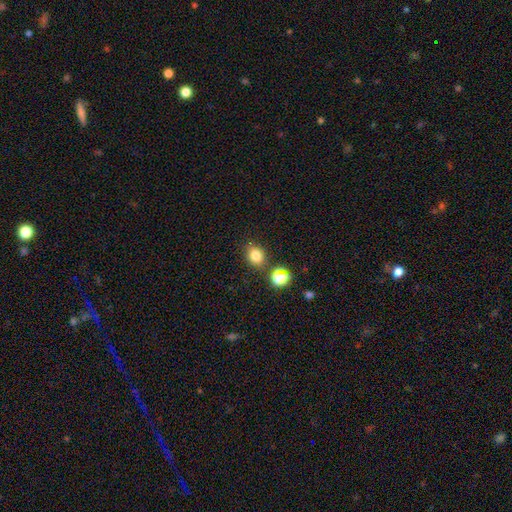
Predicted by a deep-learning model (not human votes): This appears to be a smooth galaxy with no disk features (79%) that is round (61%). Merging: none (76%).